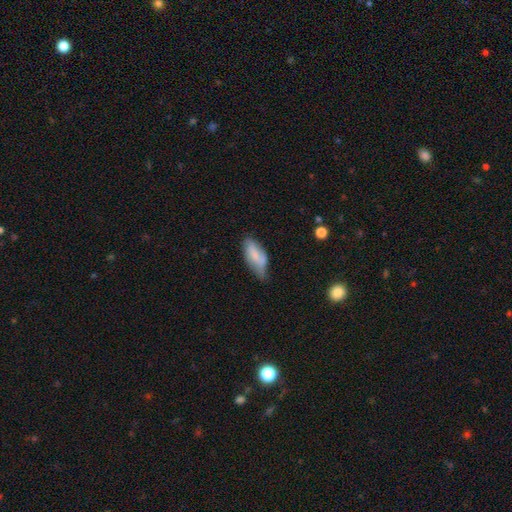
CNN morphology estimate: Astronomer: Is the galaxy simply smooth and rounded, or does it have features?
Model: smooth — 69%.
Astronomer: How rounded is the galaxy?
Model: in between — 83%.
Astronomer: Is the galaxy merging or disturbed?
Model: minor disturbance — 42%, tied with none at 42%.